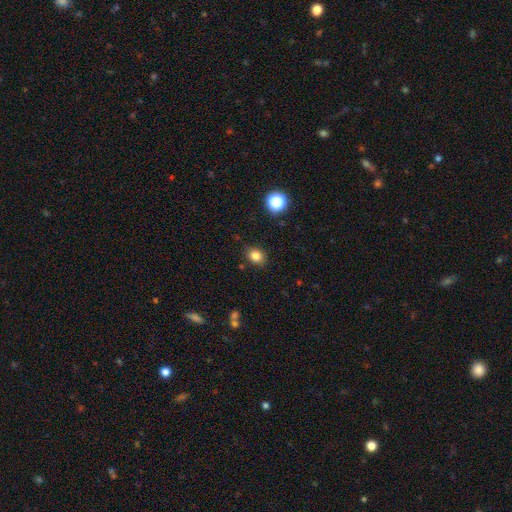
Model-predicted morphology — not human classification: smooth-or-featured: smooth: 82% | star or artifact: 12% | featured or disk: 6%
  how-rounded: round: 55% | in between: 44% | cigar-shaped: 1%
  merging: none: 85% | minor disturbance: 10% | major disturbance: 3% | merger: 2%